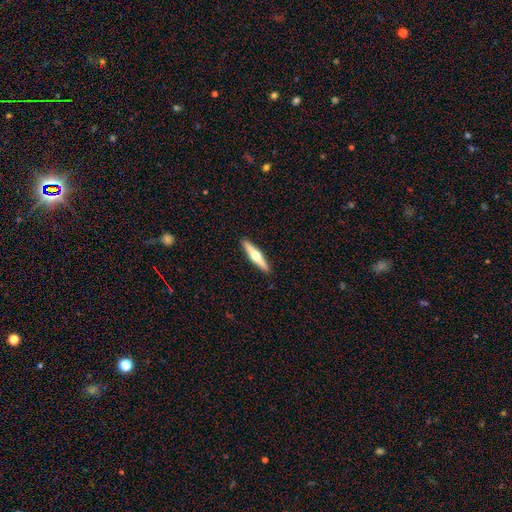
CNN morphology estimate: The model was most divided on "smooth or featured": featured or disk: 62%, smooth: 33%, star or artifact: 5%. More confident: edge-on disk — yes (96%); edge-on bulge — rounded (95%); merging — none (92%).